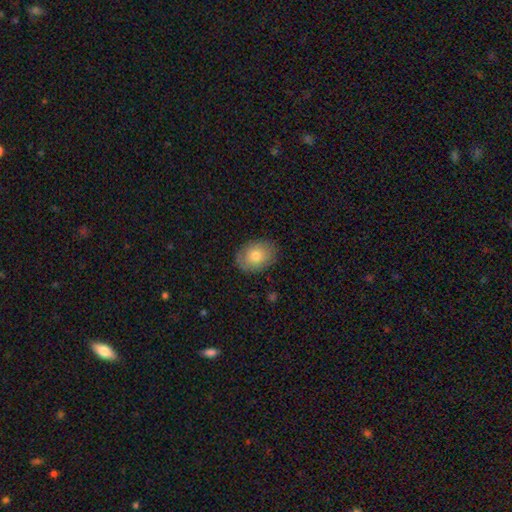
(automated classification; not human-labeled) smooth_or_featured: smooth (p=0.76) [alt: featured or disk p=0.17]
how_rounded: in between (p=0.66) [alt: round p=0.33]
merging: none (p=0.84) [alt: minor disturbance p=0.12]